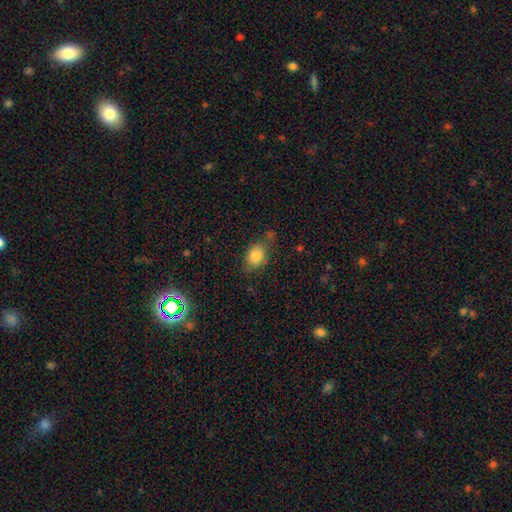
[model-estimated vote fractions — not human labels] Smooth or featured? smooth (84%)
How rounded? in between (67%)
Merging? none (68%)